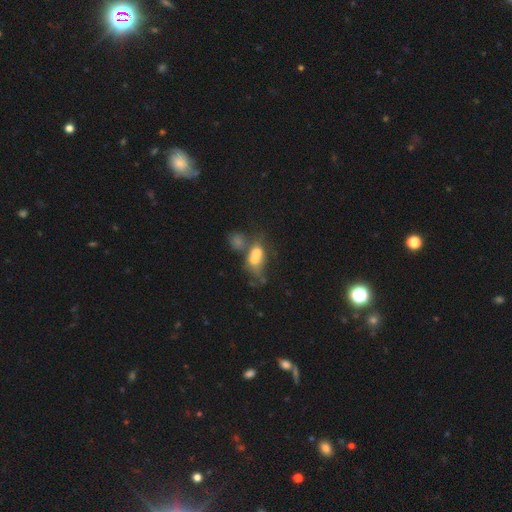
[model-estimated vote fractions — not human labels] Q: Smooth or featured?
A: smooth (59%); runner-up: featured or disk (28%)
Q: How rounded?
A: in between (64%); runner-up: round (32%)
Q: Merging?
A: merger (66%); runner-up: none (16%)